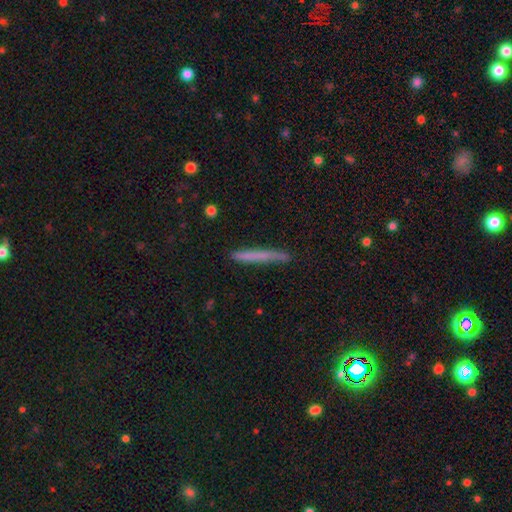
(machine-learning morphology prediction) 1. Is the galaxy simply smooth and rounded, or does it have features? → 65% smooth, 28% featured or disk, 7% star or artifact.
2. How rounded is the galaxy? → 97% cigar-shaped, 2% in between, 1% round.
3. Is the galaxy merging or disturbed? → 86% none, 11% minor disturbance, 2% major disturbance, 1% merger.